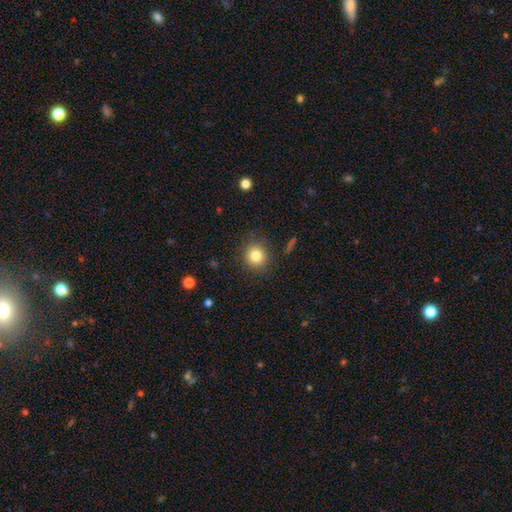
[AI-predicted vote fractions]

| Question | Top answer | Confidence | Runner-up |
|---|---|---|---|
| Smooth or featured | smooth | 82% | star or artifact (11%) |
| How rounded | round | 89% | in between (10%) |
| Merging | none | 86% | minor disturbance (9%) |